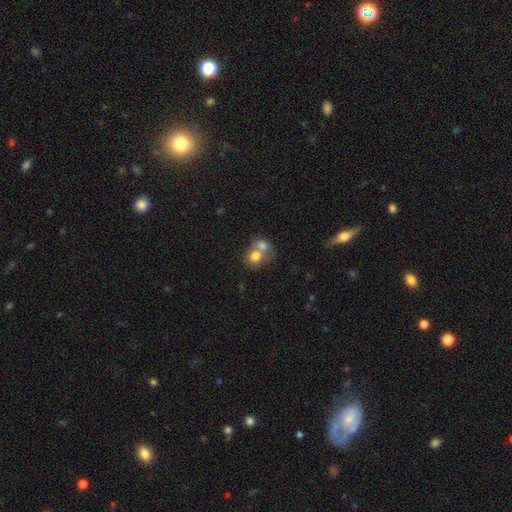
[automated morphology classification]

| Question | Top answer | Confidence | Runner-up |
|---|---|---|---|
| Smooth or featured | smooth | 74% | featured or disk (17%) |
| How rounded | round | 69% | in between (30%) |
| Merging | merger | 66% | none (23%) |